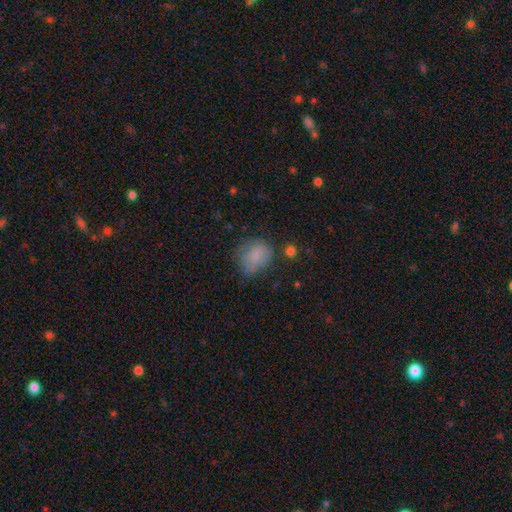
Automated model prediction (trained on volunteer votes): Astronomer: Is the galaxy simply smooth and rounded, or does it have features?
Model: smooth — 75%.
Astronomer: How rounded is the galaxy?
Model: in between — 52% (runner-up: round, 46%).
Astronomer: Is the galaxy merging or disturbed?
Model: none — 49% (runner-up: minor disturbance, 32%).